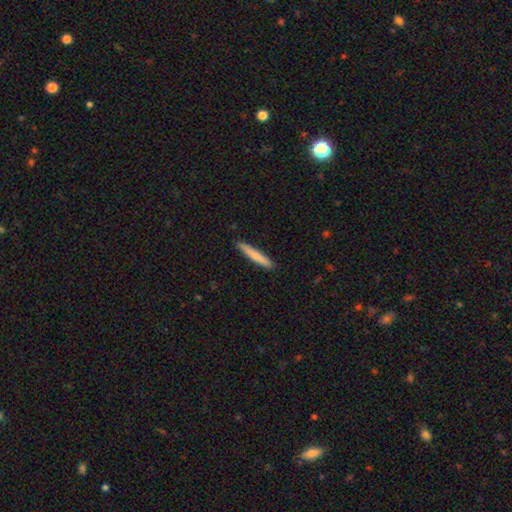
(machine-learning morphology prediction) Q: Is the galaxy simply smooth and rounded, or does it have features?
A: smooth — 71%.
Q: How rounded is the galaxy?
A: cigar-shaped — 95%.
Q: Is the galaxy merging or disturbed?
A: none — 91%.